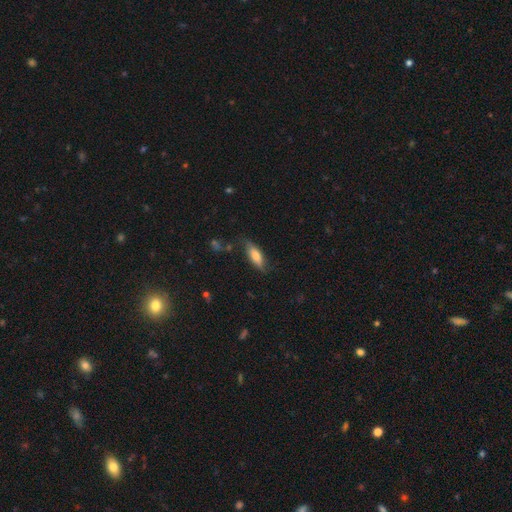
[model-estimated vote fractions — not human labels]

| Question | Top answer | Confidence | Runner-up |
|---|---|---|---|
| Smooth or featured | smooth | 72% | featured or disk (22%) |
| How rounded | in between | 68% | cigar-shaped (30%) |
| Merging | none | 65% | minor disturbance (25%) |